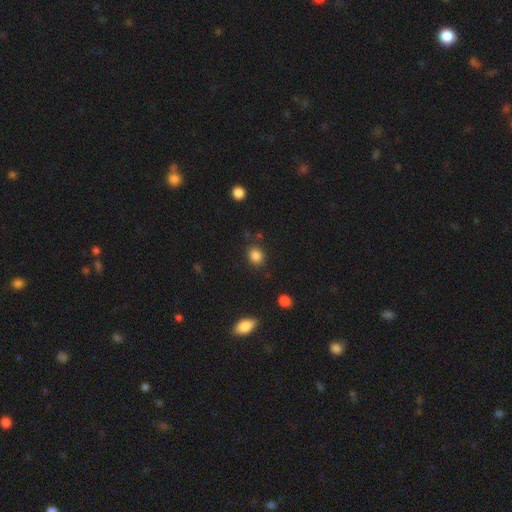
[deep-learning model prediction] Morphology: type=smooth (86%); roundness=round (69%); merging=none (85%).